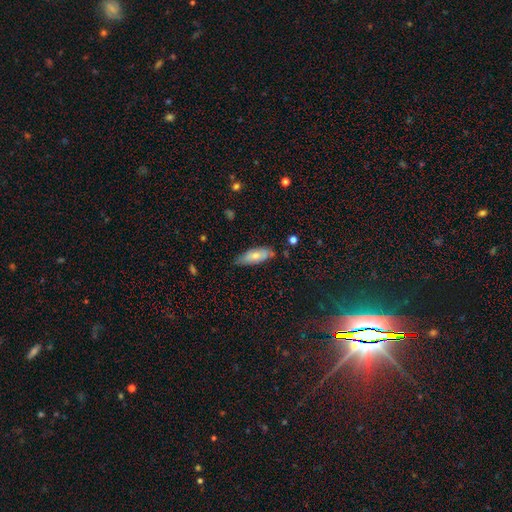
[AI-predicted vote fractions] Smooth or featured? Predicted: smooth (p=0.72). How rounded? Predicted: in between (p=0.68). Merging? Predicted: none (p=0.66).